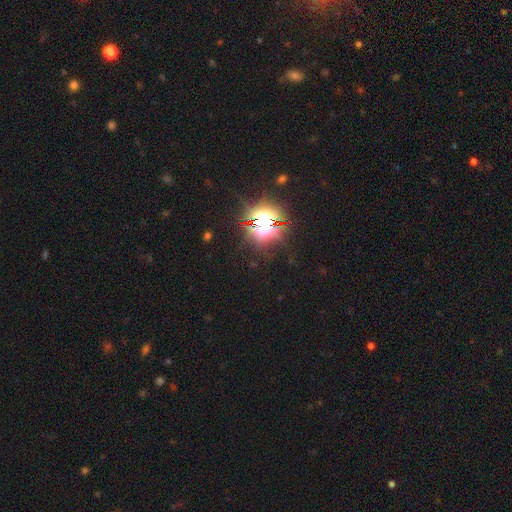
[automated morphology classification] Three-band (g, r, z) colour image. It shows a star or artifact, not a galaxy (82%).